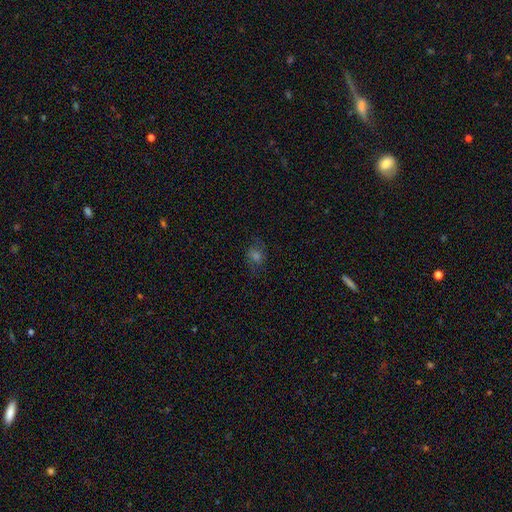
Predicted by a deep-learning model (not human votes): Overall: smooth (46%; star or artifact 28%). Merging: none (77%).